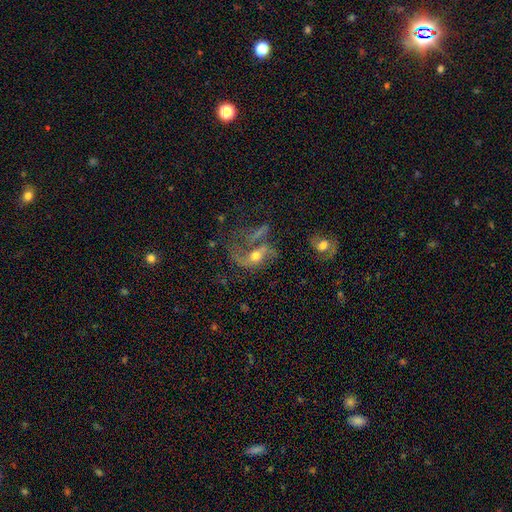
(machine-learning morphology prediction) smooth-or-featured: featured or disk: 62% | smooth: 24% | star or artifact: 14%
  disk-edge-on: no: 94% | yes: 6%
    bar: no: 64% | weak: 26% | strong: 10%
    has-spiral-arms: yes: 68% | no: 32%
    bulge-size: moderate: 62% | small: 22% | large: 10% | none: 4% | dominant: 2%
  merging: major disturbance: 34% | none: 28% | merger: 23% | minor disturbance: 15%